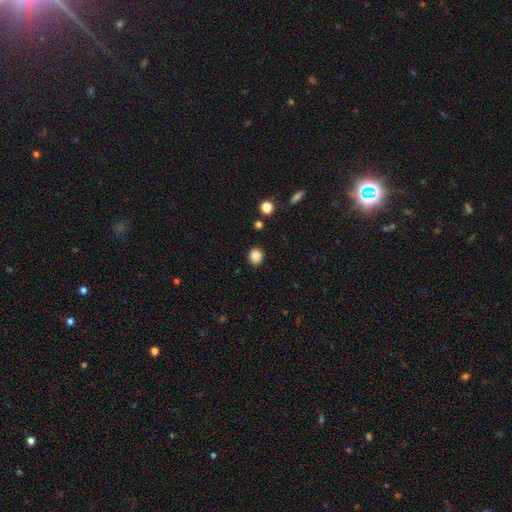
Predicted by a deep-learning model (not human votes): smooth-or-featured: smooth: 86% | star or artifact: 11% | featured or disk: 3%
  how-rounded: round: 79% | in between: 20% | cigar-shaped: 1%
  merging: none: 86% | minor disturbance: 10% | major disturbance: 3% | merger: 2%